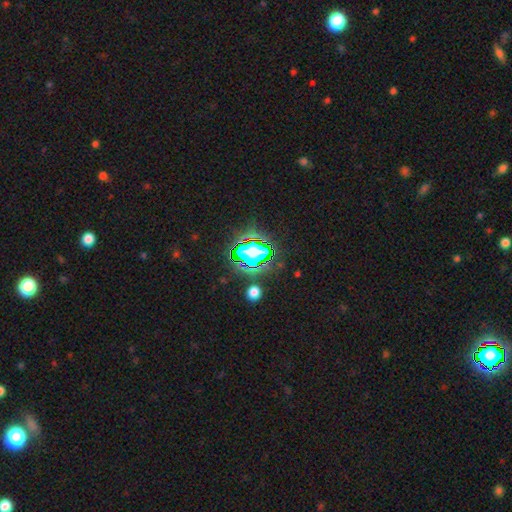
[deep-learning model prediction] A star or artifact, not a galaxy (73%).